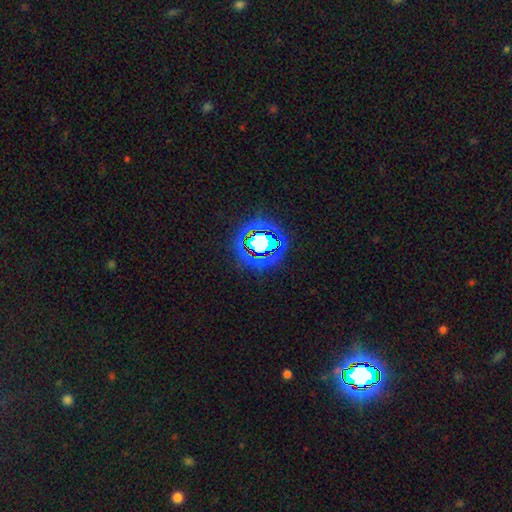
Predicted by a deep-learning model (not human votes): Q: Smooth or featured?
A: star or artifact (80%); runner-up: smooth (12%)